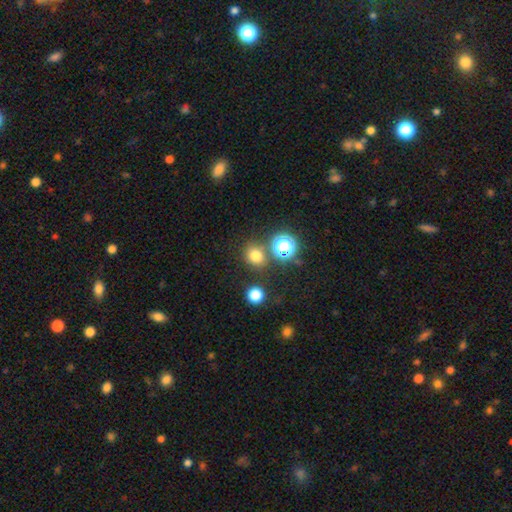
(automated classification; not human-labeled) Smooth or featured?
  - smooth: 72% *
  - star or artifact: 22%
  - featured or disk: 7%
How rounded?
  - round: 78% *
  - in between: 21%
  - cigar-shaped: 1%
Merging?
  - none: 77% *
  - merger: 10%
  - minor disturbance: 9%
  - major disturbance: 4%